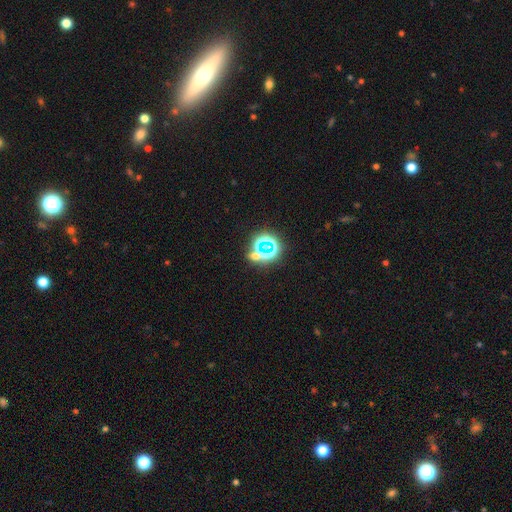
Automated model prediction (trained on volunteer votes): Smooth or featured? Predicted: star or artifact (p=0.63).